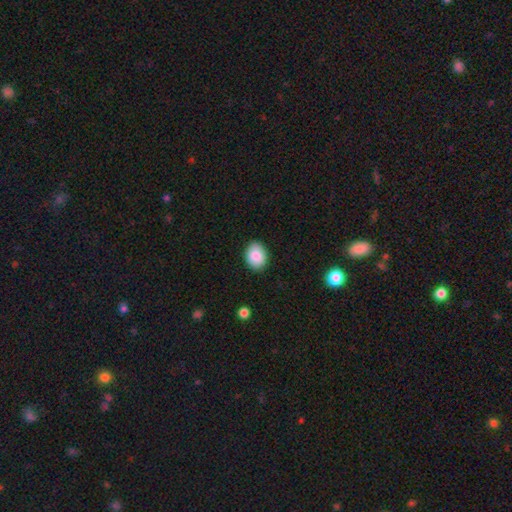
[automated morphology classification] Smooth or featured: smooth — 88% (star or artifact — 7%)
How rounded: in between — 65% (round — 34%)
Merging: none — 87% (minor disturbance — 9%)